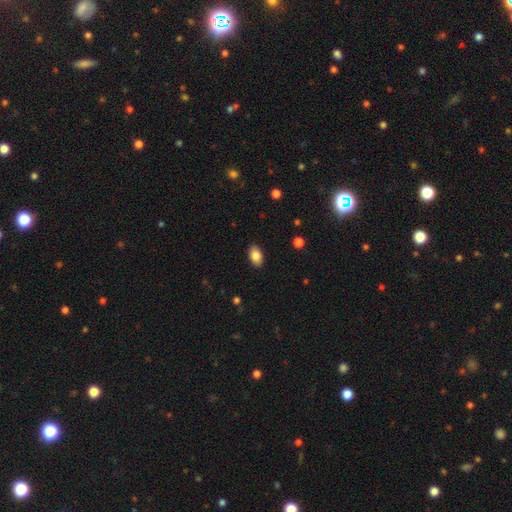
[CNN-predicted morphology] type=smooth (85%); roundness=in between (92%); merging=none (89%).